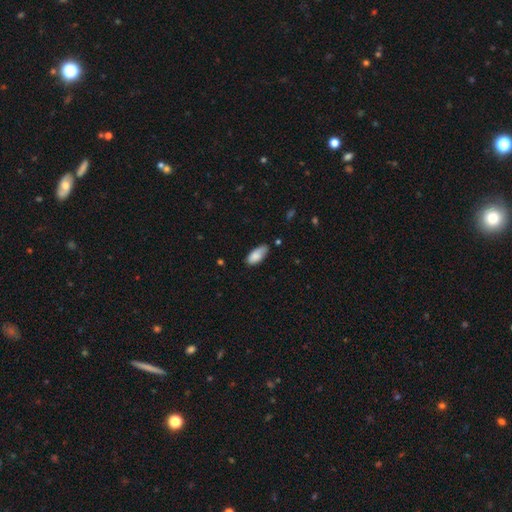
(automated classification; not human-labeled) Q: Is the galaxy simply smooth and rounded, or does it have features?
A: smooth — 83%.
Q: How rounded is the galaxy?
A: in between — 88%.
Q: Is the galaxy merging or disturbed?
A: none — 61%.